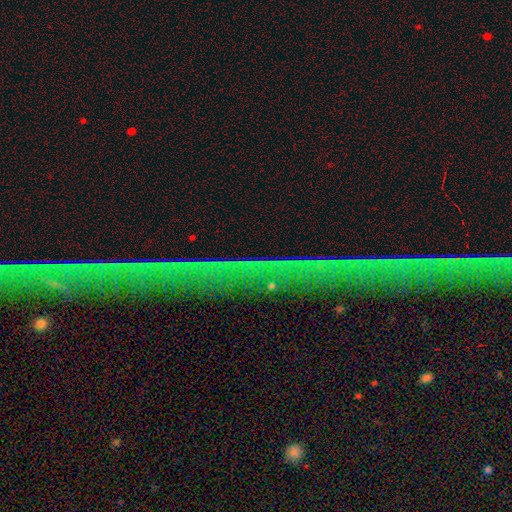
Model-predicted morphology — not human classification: type=star or artifact (73%).